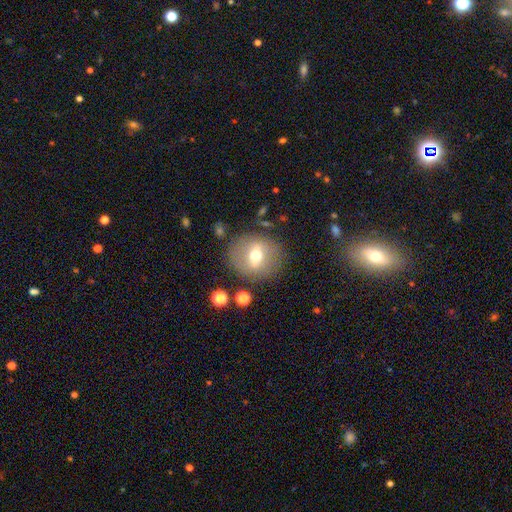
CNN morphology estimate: Smooth or featured: smooth — 51% (featured or disk — 40%)
How rounded: round — 77% (in between — 22%)
Merging: none — 81% (minor disturbance — 11%)